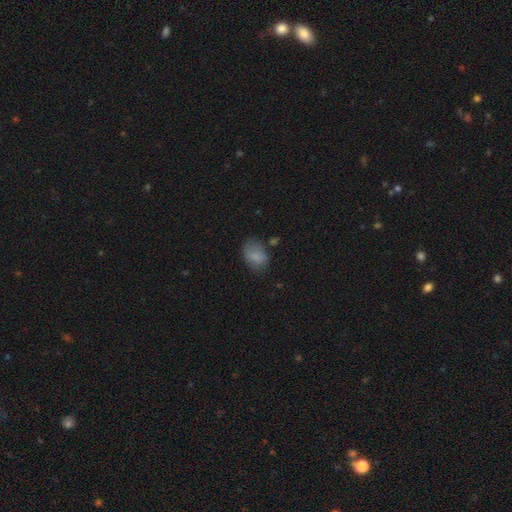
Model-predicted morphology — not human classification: This appears to be a smooth galaxy with no disk features (81%) that is in between round and cigar-shaped (81%). Merging: none (63%).